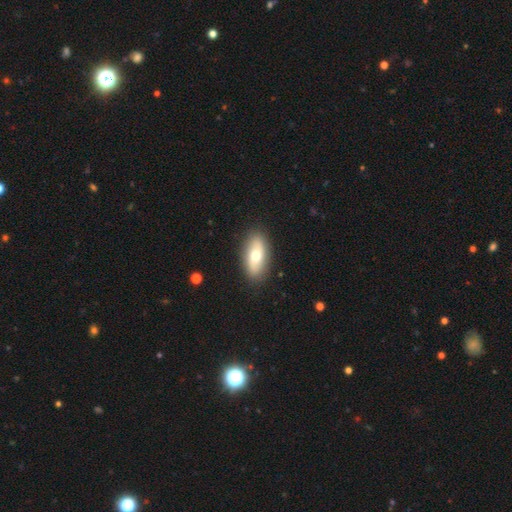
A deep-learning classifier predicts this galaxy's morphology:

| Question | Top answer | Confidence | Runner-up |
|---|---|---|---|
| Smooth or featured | smooth | 61% | featured or disk (33%) |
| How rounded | in between | 89% | cigar-shaped (6%) |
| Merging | none | 88% | minor disturbance (8%) |